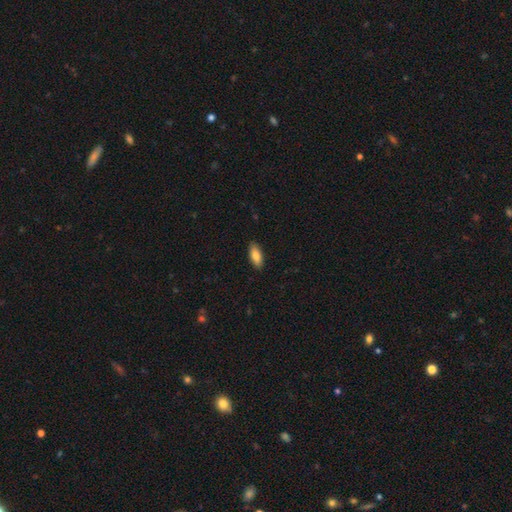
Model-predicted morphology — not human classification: Smooth or featured: smooth — 83% (featured or disk — 11%)
How rounded: in between — 83% (cigar-shaped — 15%)
Merging: none — 88% (minor disturbance — 9%)